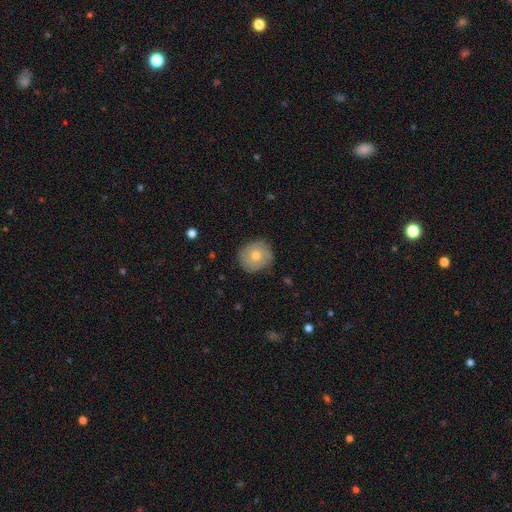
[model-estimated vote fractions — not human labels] Overall: smooth (62%; featured or disk 31%). How rounded: round (86%). Merging: none (80%).